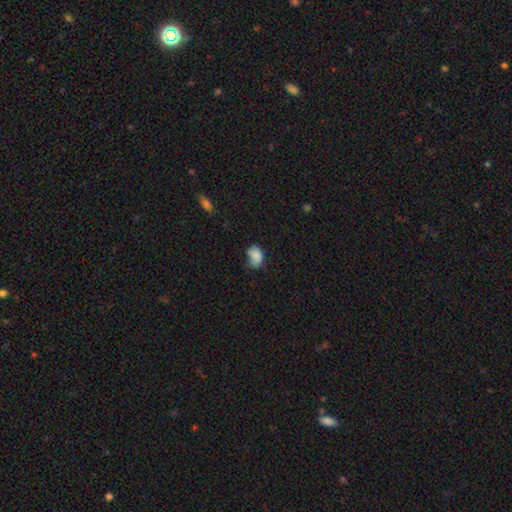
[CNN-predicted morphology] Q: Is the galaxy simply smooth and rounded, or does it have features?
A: smooth — 81%.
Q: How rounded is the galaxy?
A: in between — 77%.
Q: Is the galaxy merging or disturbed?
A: none — 44%.